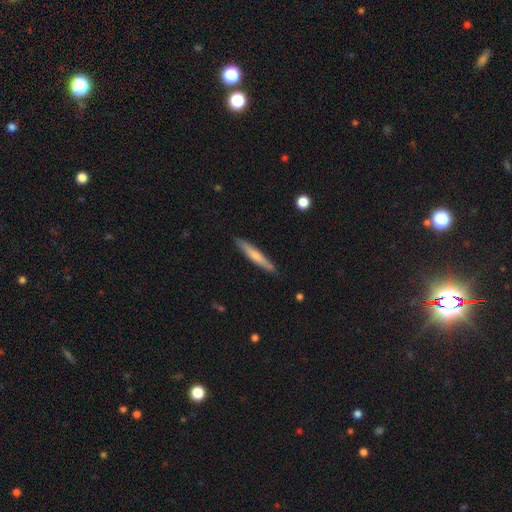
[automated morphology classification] type=smooth (57%); roundness=cigar-shaped (94%); merging=none (88%).